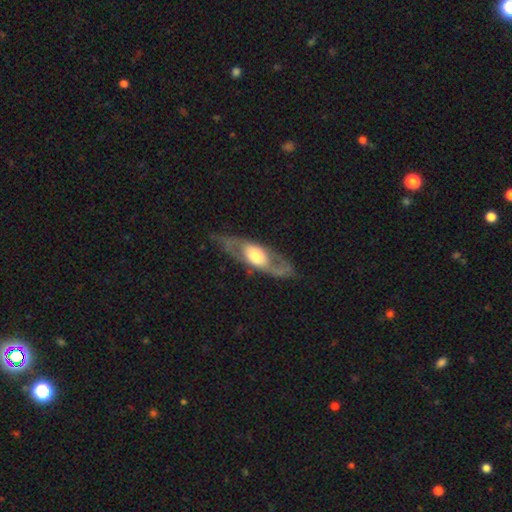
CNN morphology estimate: This is likely a featured or disk galaxy (70%). It is likely not viewed edge-on (76%). Bar: likely no (75%). Spiral arm pattern: possibly yes (54%). Central bulge: possibly moderate (54%). Merging: likely none (71%).